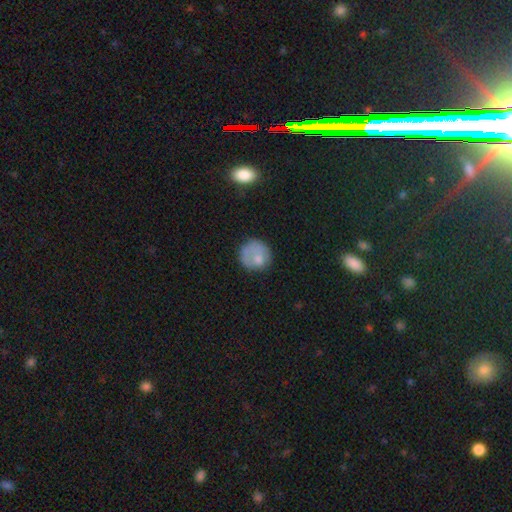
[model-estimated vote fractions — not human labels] Overall: smooth (68%). How rounded: round (87%). Merging: none (61%; minor disturbance 22%).